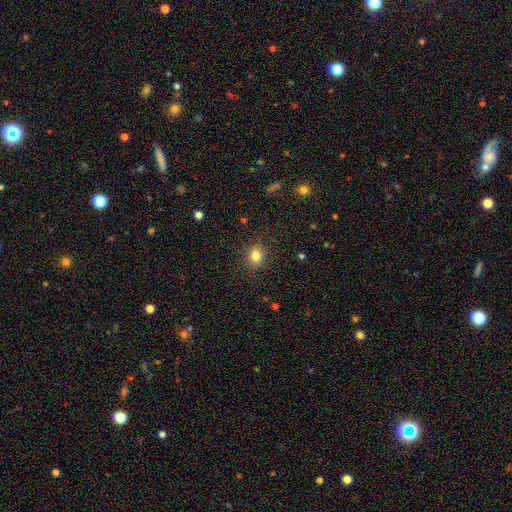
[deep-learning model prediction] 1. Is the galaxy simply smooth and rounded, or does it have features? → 82% smooth, 12% star or artifact, 7% featured or disk.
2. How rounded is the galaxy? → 58% round, 41% in between, 1% cigar-shaped.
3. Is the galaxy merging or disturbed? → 87% none, 9% minor disturbance, 3% major disturbance, 1% merger.